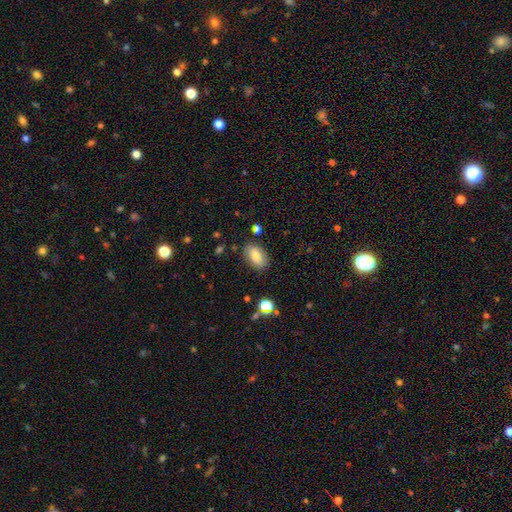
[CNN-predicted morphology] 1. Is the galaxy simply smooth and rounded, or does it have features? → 78% smooth, 13% featured or disk, 9% star or artifact.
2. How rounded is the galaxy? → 90% in between, 7% round, 3% cigar-shaped.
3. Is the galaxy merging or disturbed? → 84% none, 11% minor disturbance, 3% major disturbance, 2% merger.